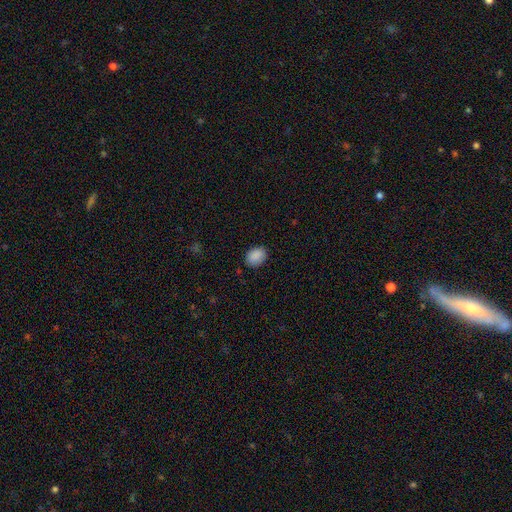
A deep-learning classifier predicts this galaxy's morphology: A smooth galaxy with no disk features (89%) that is in between round and cigar-shaped (70%).

Vote fractions:
- Smooth or featured? smooth: 89% / star or artifact: 8% / featured or disk: 4%
- How rounded? in between: 70% / round: 29% / cigar-shaped: 1%
- Merging? none: 83% / minor disturbance: 13% / major disturbance: 3% / merger: 1%